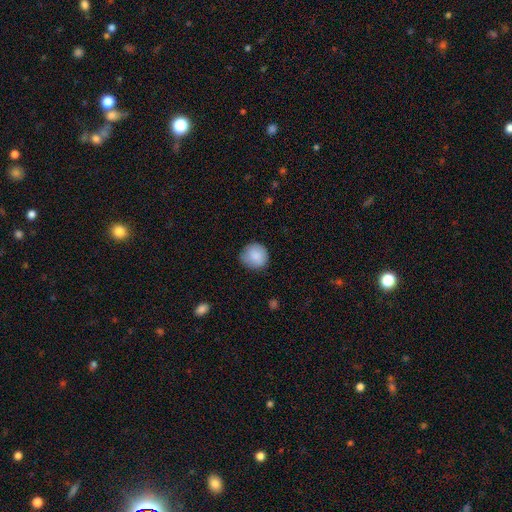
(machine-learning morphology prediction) Q: Smooth or featured?
A: smooth (87%); runner-up: star or artifact (7%)
Q: How rounded?
A: round (91%); runner-up: in between (8%)
Q: Merging?
A: none (82%); runner-up: minor disturbance (14%)